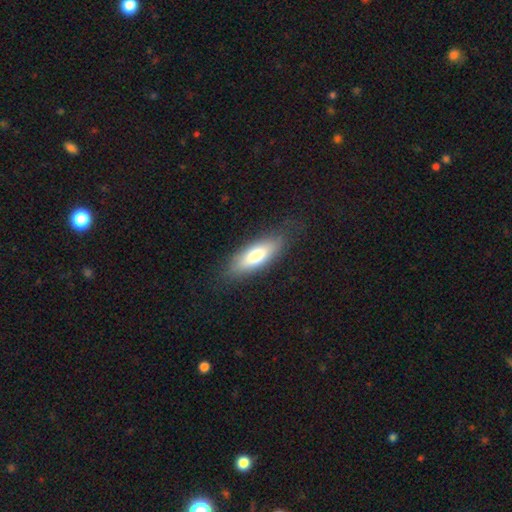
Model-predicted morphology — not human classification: A smooth galaxy with no disk features (72%) that is in between round and cigar-shaped (64%). Merging: none (81%).